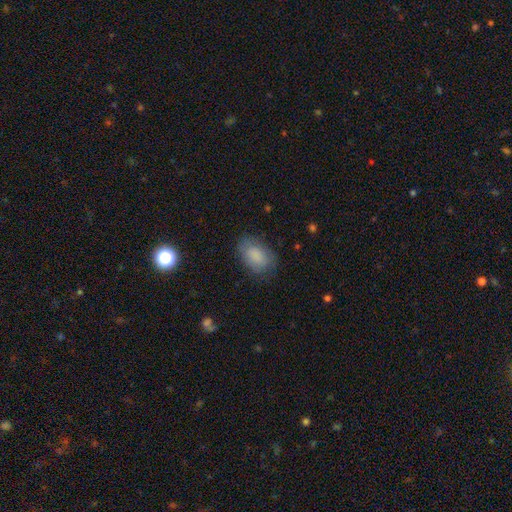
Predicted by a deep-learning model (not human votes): Smooth or featured? smooth (84%)
How rounded? in between (88%)
Merging? none (75%)